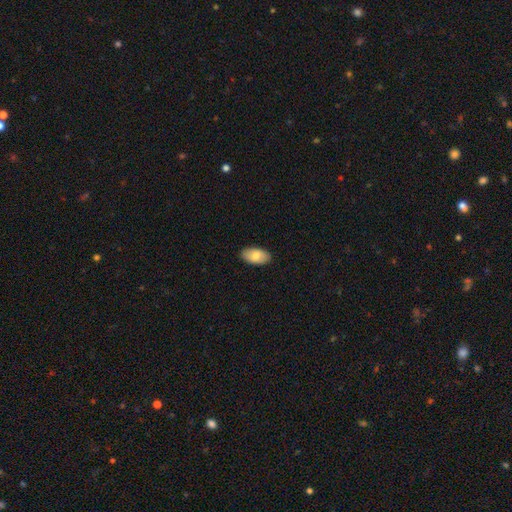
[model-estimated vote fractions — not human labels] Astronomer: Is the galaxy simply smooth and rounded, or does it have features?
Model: smooth — 77%.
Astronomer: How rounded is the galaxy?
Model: in between — 95%.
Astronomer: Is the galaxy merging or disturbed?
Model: none — 89%.